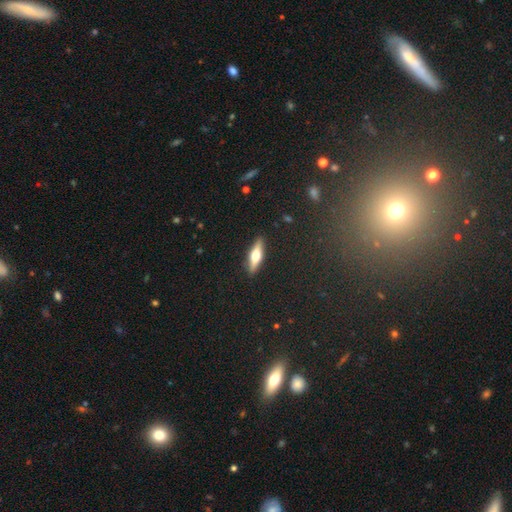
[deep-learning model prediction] smooth_or_featured: featured or disk (p=0.53) [alt: smooth p=0.41]
disk_edge_on: yes (p=0.93) [alt: no p=0.07]
merging: none (p=0.90) [alt: minor disturbance p=0.07]